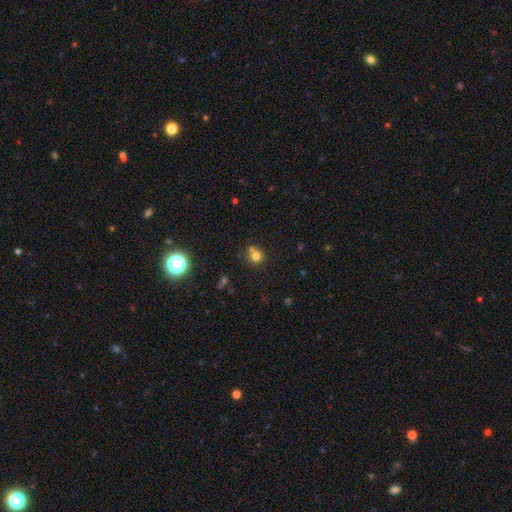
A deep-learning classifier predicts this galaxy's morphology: smooth-or-featured: smooth: 75% | star or artifact: 15% | featured or disk: 10%
  how-rounded: round: 85% | in between: 14% | cigar-shaped: 1%
  merging: none: 53% | merger: 31% | minor disturbance: 12% | major disturbance: 4%